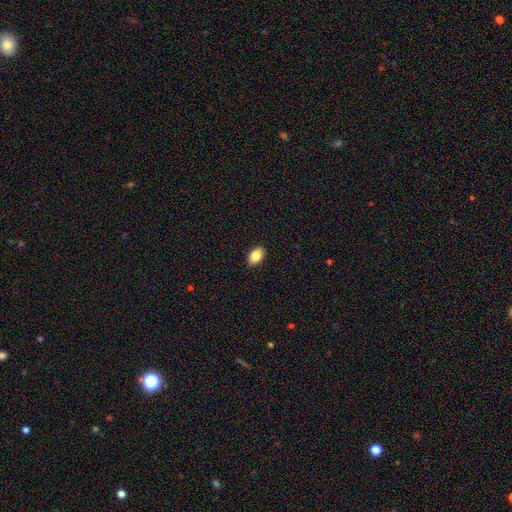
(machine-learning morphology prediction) Smooth or featured?
  - smooth: 84% *
  - featured or disk: 8%
  - star or artifact: 8%
How rounded?
  - in between: 88% *
  - round: 11%
  - cigar-shaped: 1%
Merging?
  - none: 91% *
  - minor disturbance: 7%
  - major disturbance: 2%
  - merger: 1%